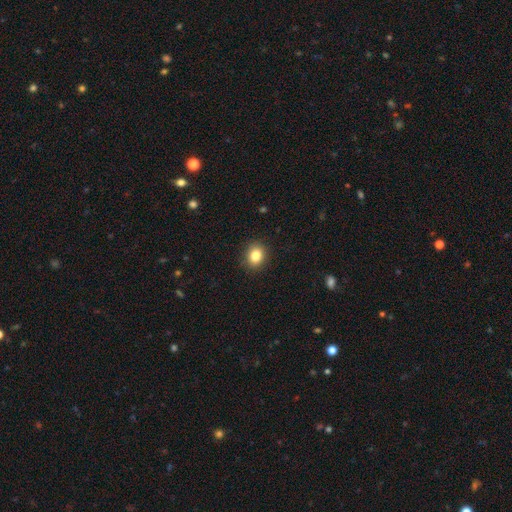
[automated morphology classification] The model was most divided on "how rounded": round: 58%, in between: 41%, cigar-shaped: 1%. More confident: merging — none (89%); smooth or featured — smooth (84%).